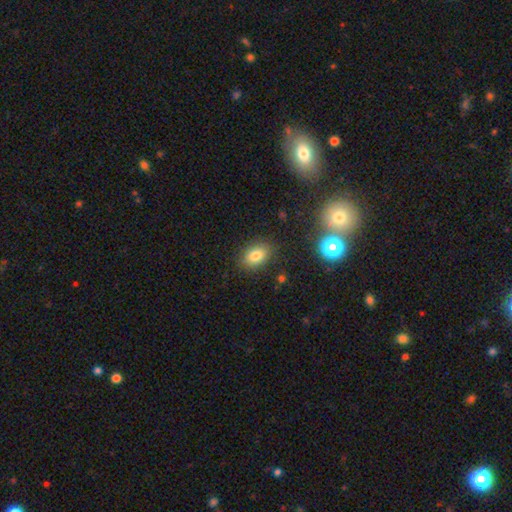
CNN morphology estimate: This appears to be a smooth galaxy with no disk features (80%) that is in between round and cigar-shaped (81%). Merging: none (84%).